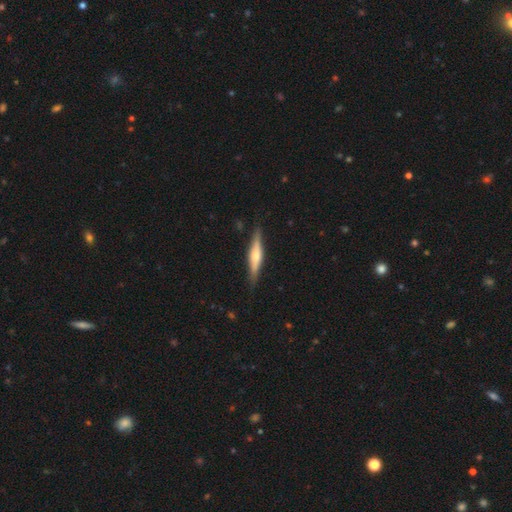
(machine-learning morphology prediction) Smooth or featured?
  - featured or disk: 63% *
  - smooth: 31%
  - star or artifact: 6%
Edge-on disk?
  - yes: 96% *
  - no: 4%
Edge-on bulge?
  - rounded: 82% *
  - boxy: 13%
  - none: 6%
Merging?
  - none: 87% *
  - minor disturbance: 10%
  - major disturbance: 2%
  - merger: 1%